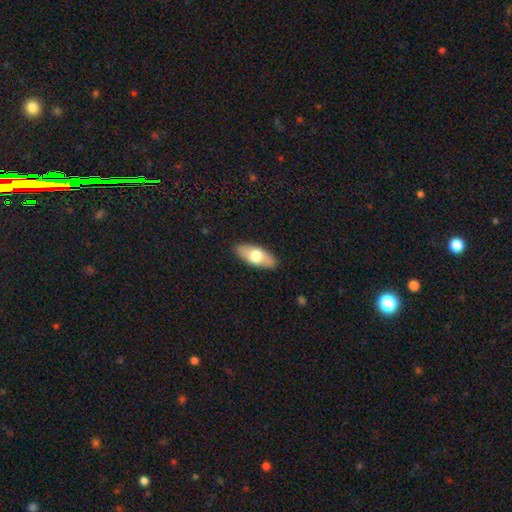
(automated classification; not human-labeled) Morphology: type=smooth (65%); roundness=in between (80%); merging=none (88%).